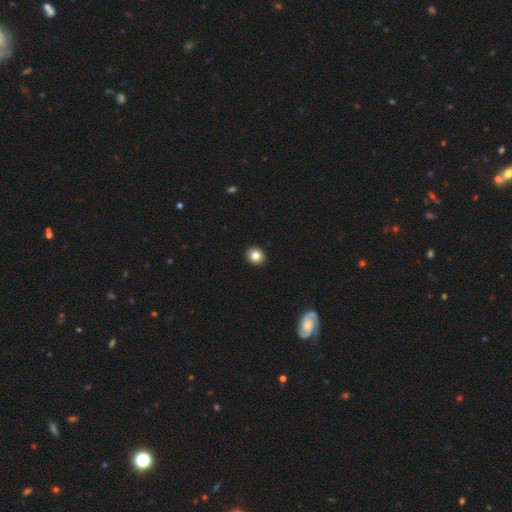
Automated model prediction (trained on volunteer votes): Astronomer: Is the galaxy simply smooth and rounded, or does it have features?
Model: smooth — 85%.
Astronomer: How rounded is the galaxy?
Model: round — 73%.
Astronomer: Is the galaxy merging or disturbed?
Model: none — 93%.